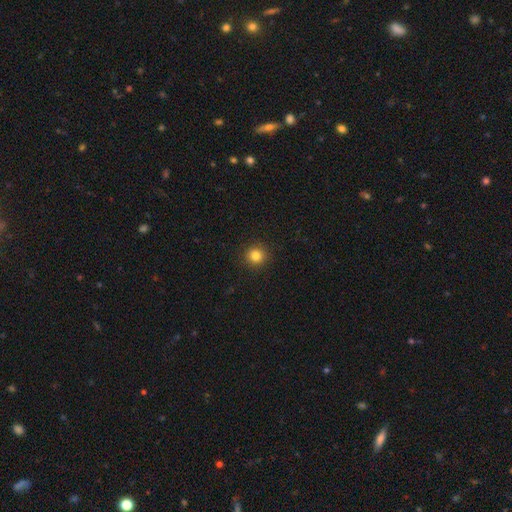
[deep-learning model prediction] smooth 83%, star or artifact 12%, featured or disk 5%. Down the decision tree: how rounded — round (93%); merging — none (92%).